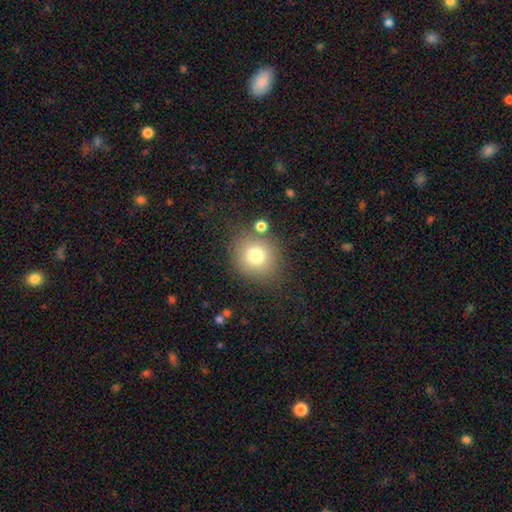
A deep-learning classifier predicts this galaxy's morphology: Smooth or featured?
  - smooth: 77% *
  - star or artifact: 13%
  - featured or disk: 11%
How rounded?
  - round: 84% *
  - in between: 16%
  - cigar-shaped: 1%
Merging?
  - none: 77% *
  - minor disturbance: 11%
  - merger: 8%
  - major disturbance: 5%